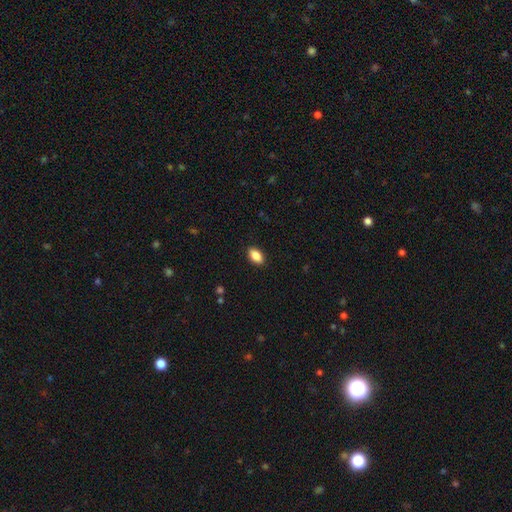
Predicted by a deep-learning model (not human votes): smooth-or-featured: smooth: 87% | star or artifact: 8% | featured or disk: 6%
  how-rounded: in between: 91% | round: 6% | cigar-shaped: 4%
  merging: none: 89% | minor disturbance: 8% | major disturbance: 2% | merger: 1%